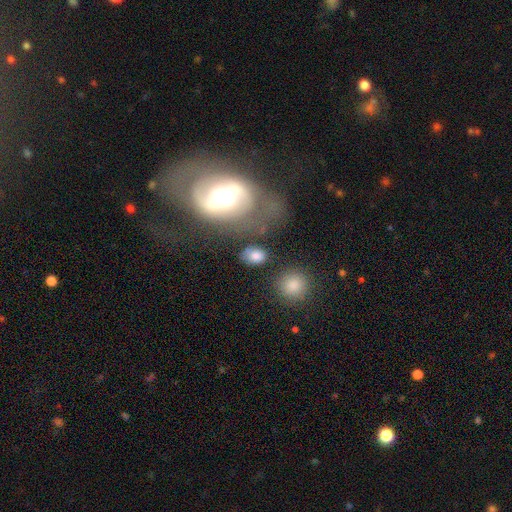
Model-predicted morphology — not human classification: This appears to be a smooth galaxy with no disk features (77%) that is in between round and cigar-shaped (78%). Merging: none (72%).